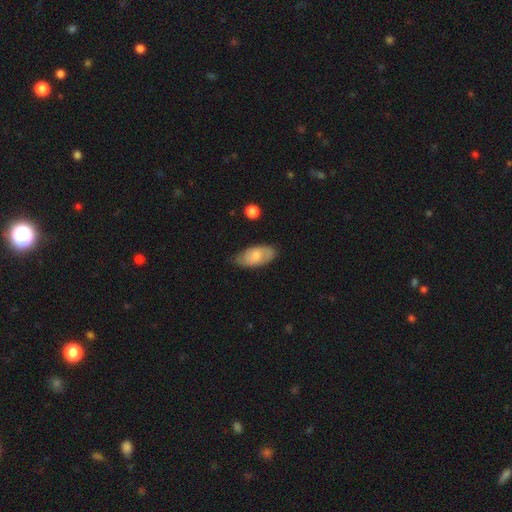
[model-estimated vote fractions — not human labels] This is possibly a smooth galaxy (59%). How rounded: clearly in between (92%). Merging: likely none (70%).